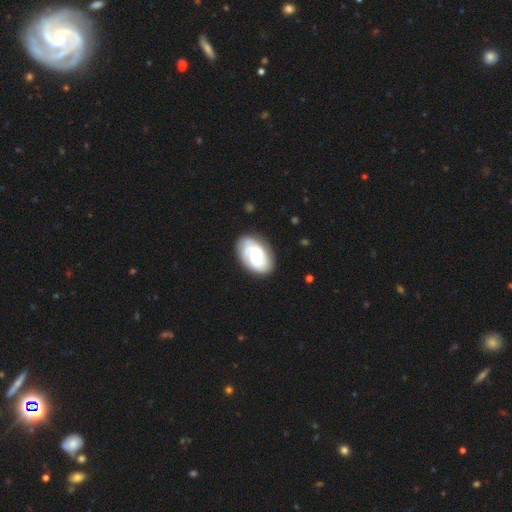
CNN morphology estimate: smooth-or-featured: featured or disk: 64% | smooth: 29% | star or artifact: 7%
  disk-edge-on: no: 97% | yes: 3%
    bar: no: 69% | weak: 26% | strong: 6%
    has-spiral-arms: yes: 92% | no: 8%
      spiral-winding: tight: 59% | medium: 31% | loose: 10%
      spiral-arm-count: 2: 30% (tied) | can't tell: 30% (tied) | 3: 22% | 1: 9% | 4: 5% | more than 4: 4%
    bulge-size: large: 29% (tied) | moderate: 29% (tied) | small: 25% | none: 9% | dominant: 7%
  merging: none: 78% | minor disturbance: 15% | major disturbance: 6% | merger: 1%